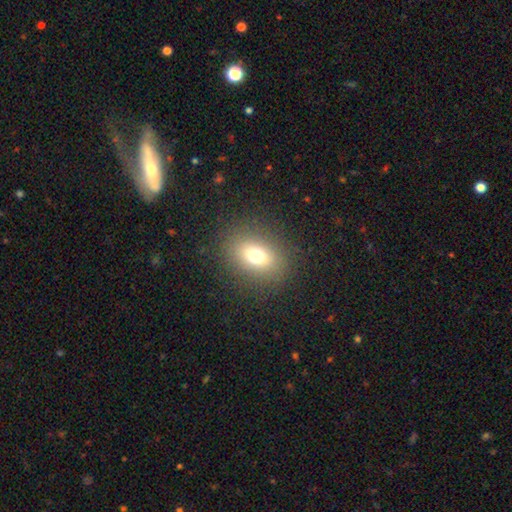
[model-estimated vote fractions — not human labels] Smooth or featured? Predicted: smooth (p=0.71). How rounded? Predicted: in between (p=0.55). Merging? Predicted: none (p=0.86).